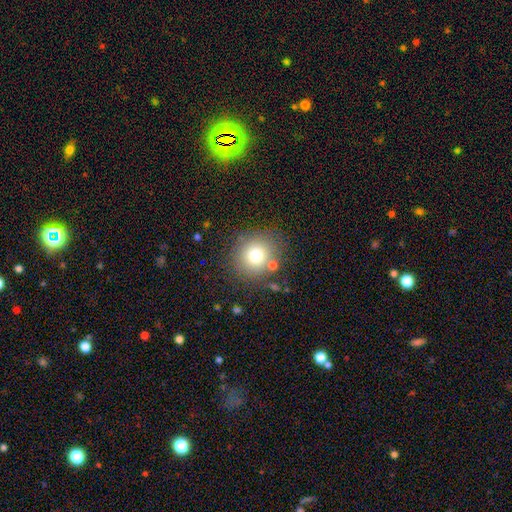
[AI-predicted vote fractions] Overall: smooth (74%). How rounded: round (90%). Merging: none (78%).